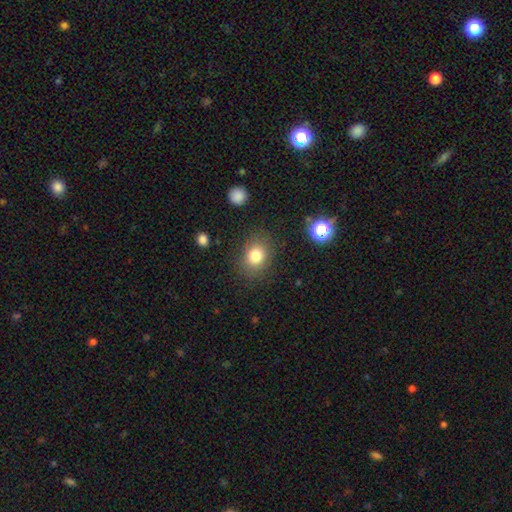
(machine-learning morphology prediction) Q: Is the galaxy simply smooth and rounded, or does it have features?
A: smooth — 81%.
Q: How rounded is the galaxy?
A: round — 52%.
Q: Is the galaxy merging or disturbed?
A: none — 83%.